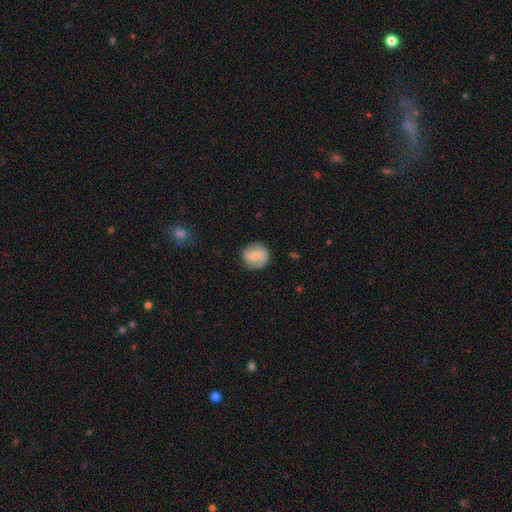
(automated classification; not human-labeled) Smooth or featured: featured or disk — 58% (smooth — 35%)
Edge-on disk: no — 98% (yes — 2%)
Bar: weak — 50% (no — 32%)
Spiral arms: yes — 92% (no — 8%)
Spiral winding: medium — 44% (loose — 31%)
Spiral arm count: 2 — 86% (can't tell — 6%)
Bulge size: small — 48% (moderate — 28%)
Merging: none — 83% (minor disturbance — 12%)